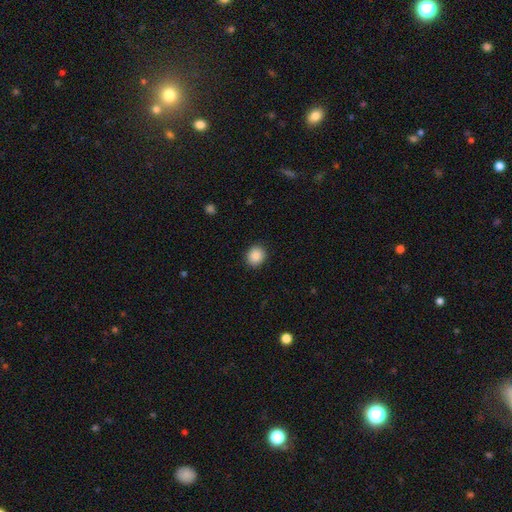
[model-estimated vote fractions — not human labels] The model was most divided on "how rounded": round: 76%, in between: 23%, cigar-shaped: 1%. More confident: merging — none (90%); smooth or featured — smooth (89%).